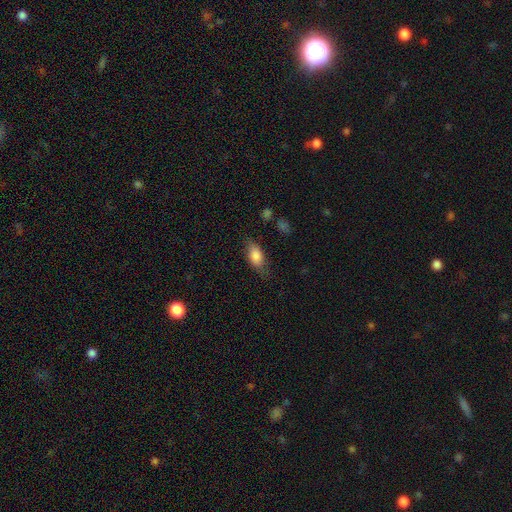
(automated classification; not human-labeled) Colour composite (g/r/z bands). It shows a smooth galaxy with no disk features (81%) that is in between round and cigar-shaped (86%). Merging: none (70%).